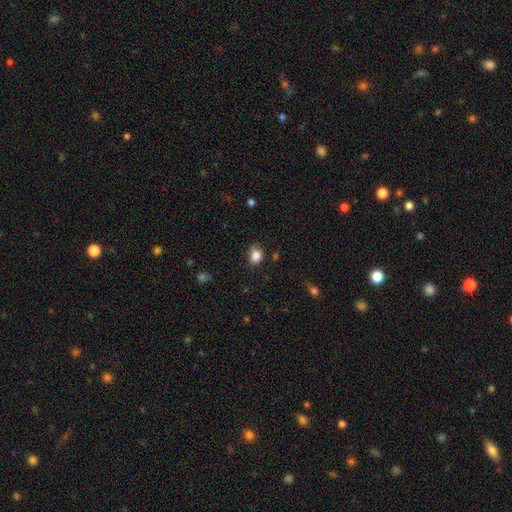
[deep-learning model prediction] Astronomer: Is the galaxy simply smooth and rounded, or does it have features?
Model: smooth — 86%.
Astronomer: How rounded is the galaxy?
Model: in between — 56% (runner-up: round, 43%).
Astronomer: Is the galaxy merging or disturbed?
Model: none — 68%.